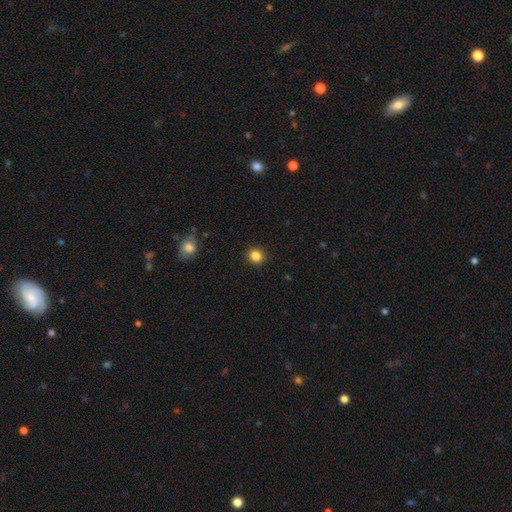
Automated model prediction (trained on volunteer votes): A smooth galaxy with no disk features (85%) that is round (90%).

Vote fractions:
- Smooth or featured? smooth: 85% / star or artifact: 11% / featured or disk: 4%
- How rounded? round: 90% / in between: 9% / cigar-shaped: 1%
- Merging? none: 92% / minor disturbance: 5% / major disturbance: 2% / merger: 1%